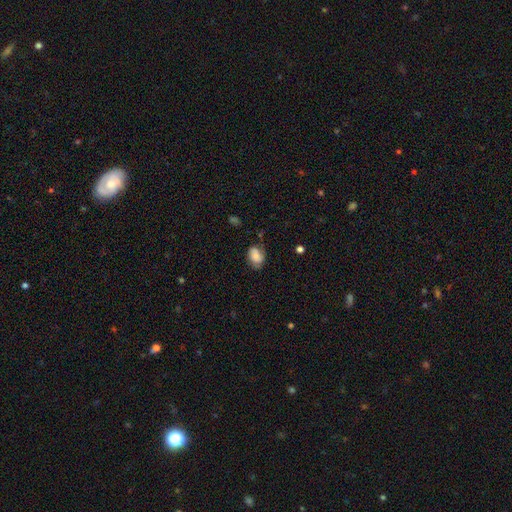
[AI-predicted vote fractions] smooth-or-featured: smooth: 65% | featured or disk: 26% | star or artifact: 9%
  how-rounded: in between: 71% | round: 28% | cigar-shaped: 1%
  merging: none: 58% | minor disturbance: 29% | major disturbance: 11% | merger: 2%